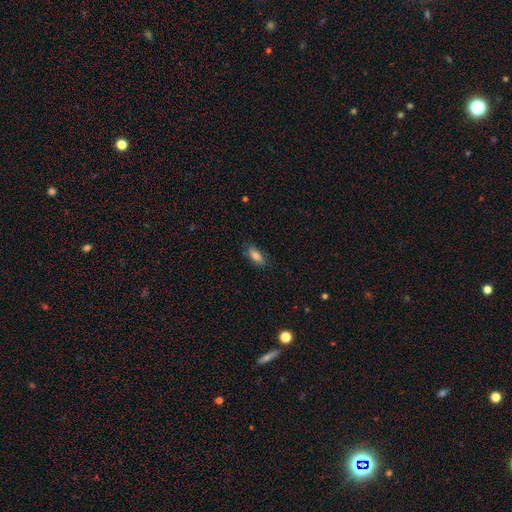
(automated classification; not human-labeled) smooth-or-featured: smooth: 83% | star or artifact: 8% | featured or disk: 8%
  how-rounded: in between: 82% | cigar-shaped: 15% | round: 3%
  merging: none: 78% | minor disturbance: 17% | major disturbance: 4% | merger: 1%